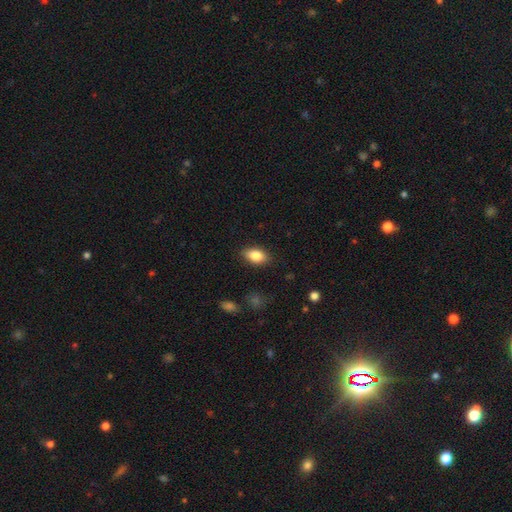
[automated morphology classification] smooth 84%, featured or disk 9%, star or artifact 8%. Down the decision tree: how rounded — in between (89%); merging — none (86%).